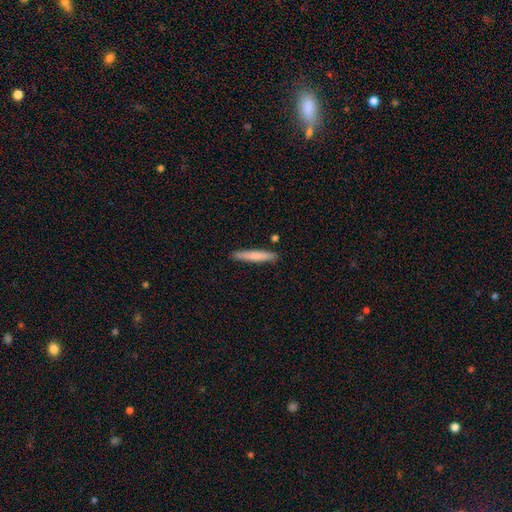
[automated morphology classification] This is likely a smooth galaxy (74%). How rounded: clearly cigar-shaped (94%). Merging: clearly none (88%).